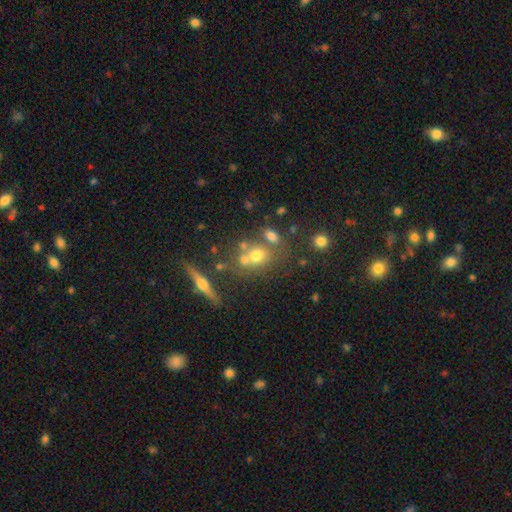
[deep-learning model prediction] The model was most divided on "how rounded": round: 56%, in between: 40%, cigar-shaped: 4%. More confident: smooth or featured — smooth (62%); merging — none (50%).